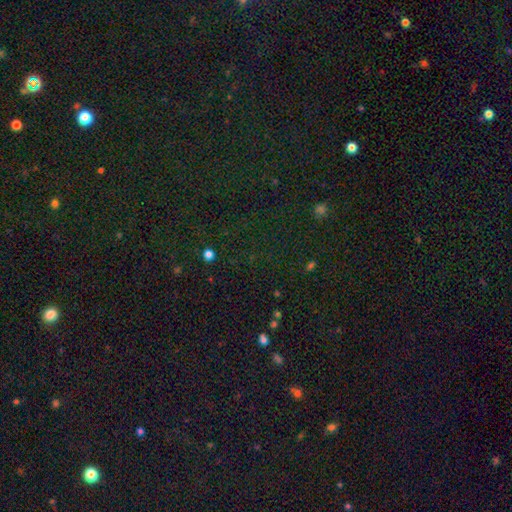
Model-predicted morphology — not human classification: Smooth or featured? Predicted: star or artifact (p=0.75).